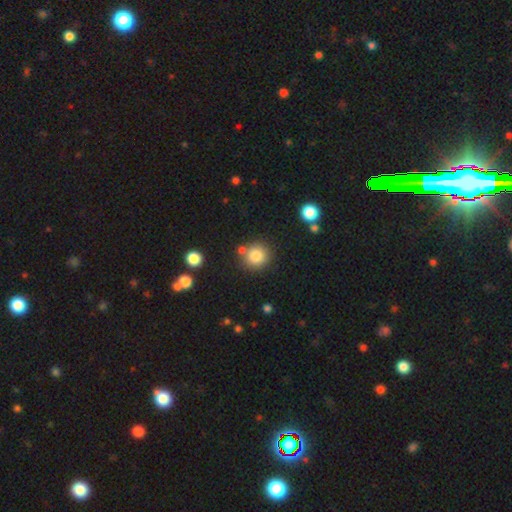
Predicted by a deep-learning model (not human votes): This is clearly a smooth galaxy (82%). How rounded: clearly round (92%). Merging: likely none (76%).